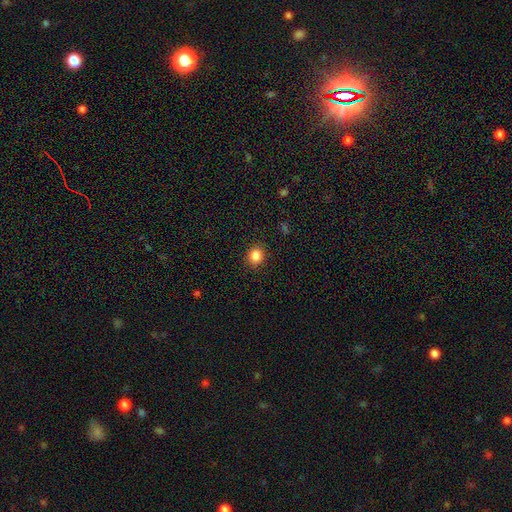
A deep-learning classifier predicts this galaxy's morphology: This is clearly a smooth galaxy (84%). How rounded: clearly round (81%). Merging: clearly none (91%).